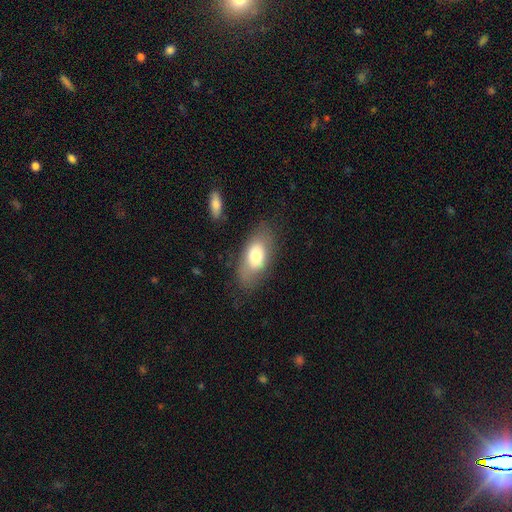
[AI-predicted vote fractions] smooth-or-featured: smooth: 71% | featured or disk: 22% | star or artifact: 7%
  how-rounded: in between: 90% | round: 5% | cigar-shaped: 5%
  merging: none: 73% | minor disturbance: 18% | major disturbance: 8% | merger: 2%